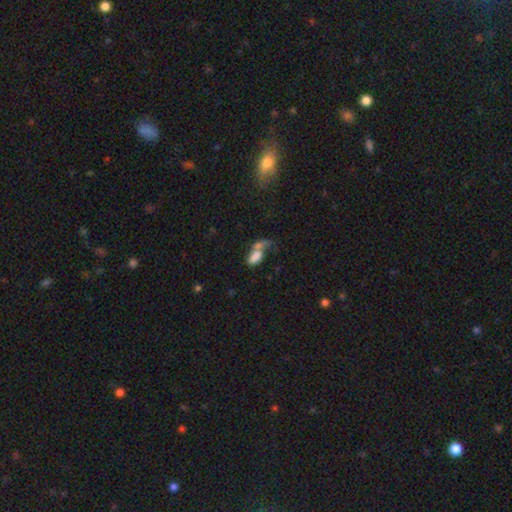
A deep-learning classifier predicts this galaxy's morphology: smooth_or_featured: smooth (p=0.74) [alt: featured or disk p=0.15]
how_rounded: in between (p=0.85) [alt: cigar-shaped p=0.08]
merging: merger (p=0.53) [alt: none p=0.21]